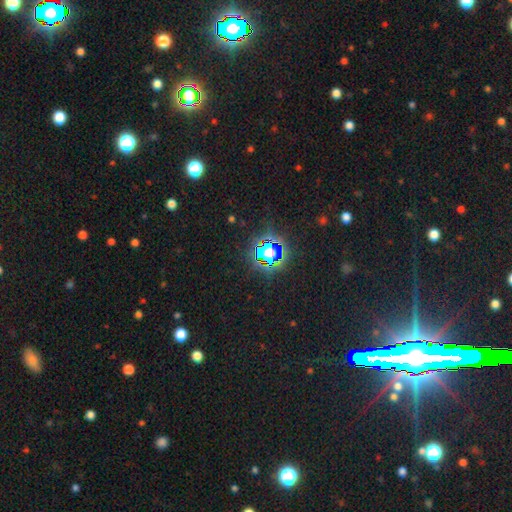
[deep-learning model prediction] Smooth or featured?
  - star or artifact: 83% *
  - smooth: 9%
  - featured or disk: 8%